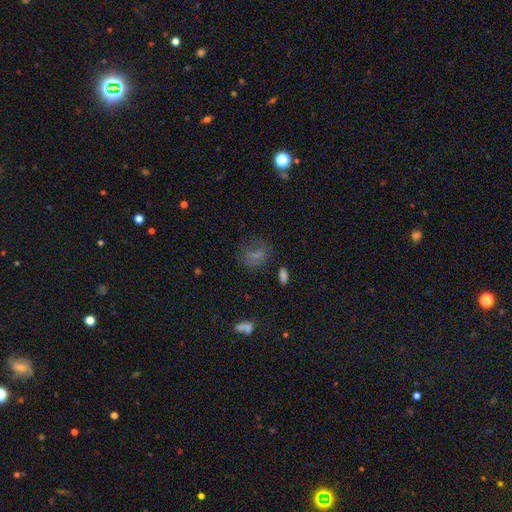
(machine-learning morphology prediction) A smooth galaxy with no disk features (59%) that is in between round and cigar-shaped (51%). Merging: none (62%).